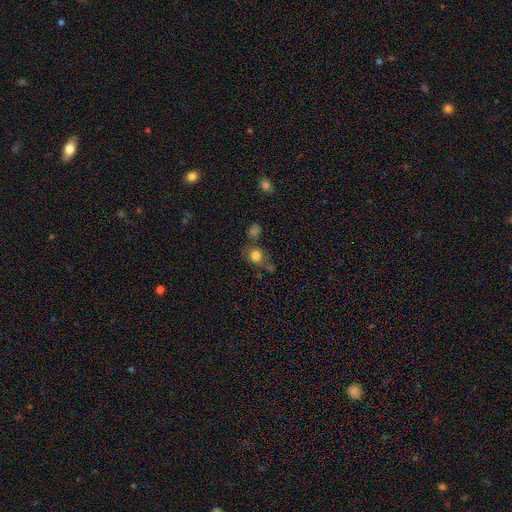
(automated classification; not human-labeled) Smooth or featured? smooth (76%)
How rounded? round (76%)
Merging? none (56%)